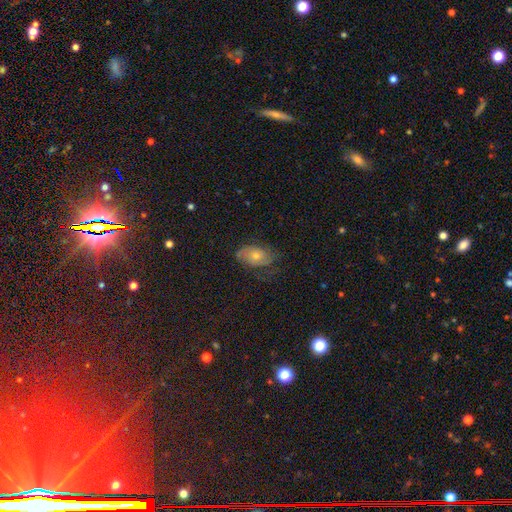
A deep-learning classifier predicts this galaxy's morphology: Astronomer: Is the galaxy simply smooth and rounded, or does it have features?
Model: featured or disk — 51% (runner-up: smooth, 32%).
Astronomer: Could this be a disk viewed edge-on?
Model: no — 93%.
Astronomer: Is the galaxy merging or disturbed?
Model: none — 63%.